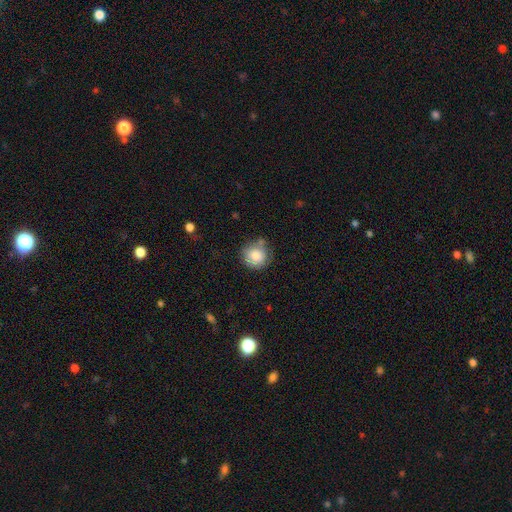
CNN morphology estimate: A smooth galaxy with no disk features (82%) that is round (88%).

Vote fractions:
- Smooth or featured? smooth: 82% / featured or disk: 10% / star or artifact: 8%
- How rounded? round: 88% / in between: 11% / cigar-shaped: 1%
- Merging? none: 64% / minor disturbance: 25% / major disturbance: 6% / merger: 5%